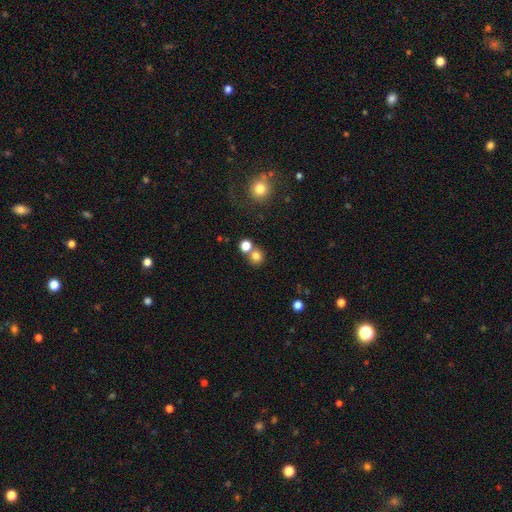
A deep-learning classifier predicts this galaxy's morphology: Smooth or featured? Predicted: smooth (p=0.78). How rounded? Predicted: round (p=0.89). Merging? Predicted: none (p=0.62).